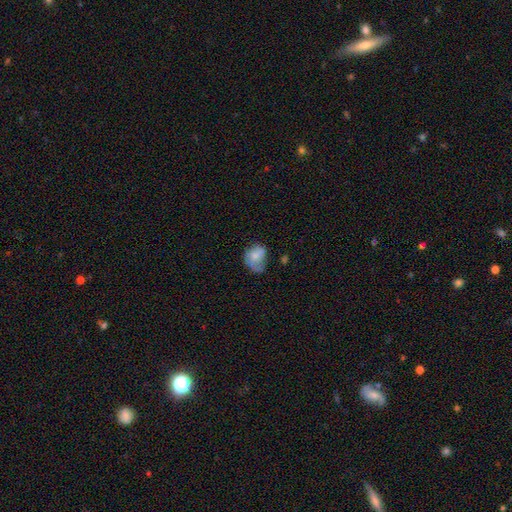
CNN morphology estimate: Smooth or featured?
  - smooth: 67% *
  - featured or disk: 24%
  - star or artifact: 9%
How rounded?
  - in between: 57% *
  - round: 42%
  - cigar-shaped: 1%
Merging?
  - minor disturbance: 35% *
  - none: 31%
  - major disturbance: 30%
  - merger: 4%